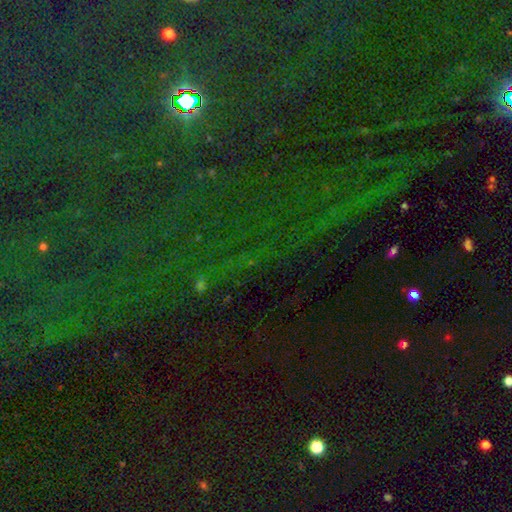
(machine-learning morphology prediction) The model was most divided on "smooth or featured": star or artifact: 81%, smooth: 10%, featured or disk: 9%.